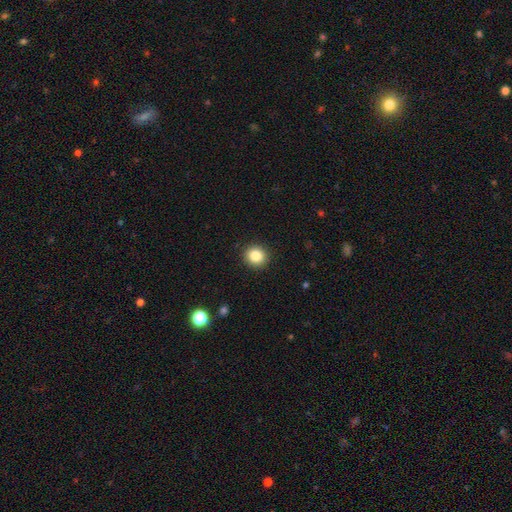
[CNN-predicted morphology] Smooth or featured? Predicted: smooth (p=0.85). How rounded? Predicted: round (p=0.89). Merging? Predicted: none (p=0.92).